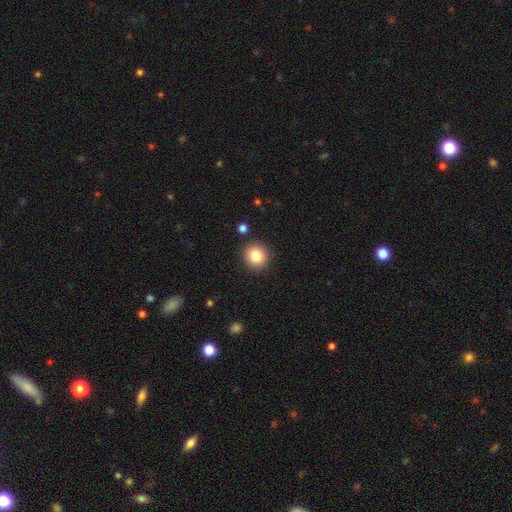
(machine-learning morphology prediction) Smooth or featured?
  - smooth: 84% *
  - star or artifact: 10%
  - featured or disk: 7%
How rounded?
  - round: 91% *
  - in between: 8%
  - cigar-shaped: 1%
Merging?
  - none: 89% *
  - minor disturbance: 6%
  - merger: 2%
  - major disturbance: 2%